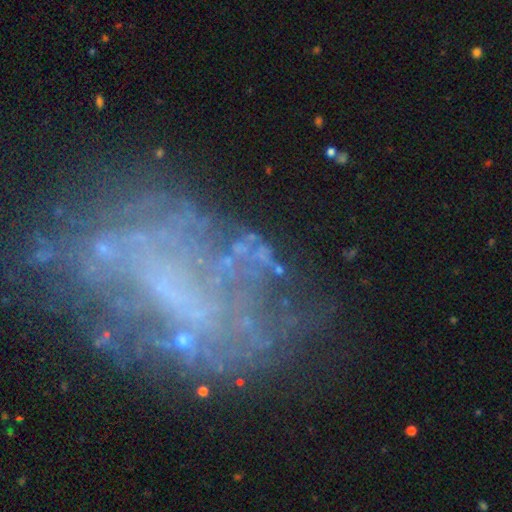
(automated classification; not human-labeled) Overall: featured or disk (47%; star or artifact 36%). Merging: none (61%).